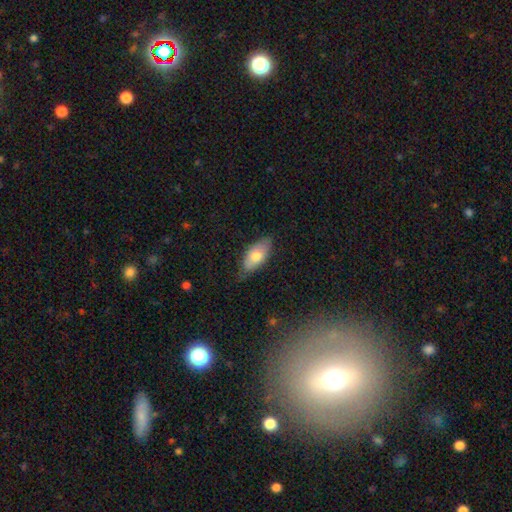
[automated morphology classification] type=smooth (71%); roundness=in between (88%); merging=none (72%).